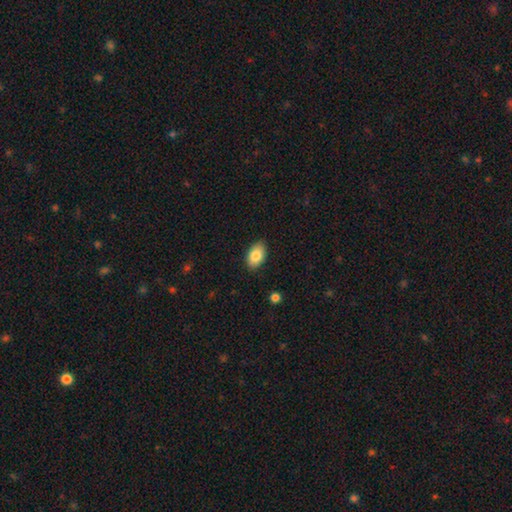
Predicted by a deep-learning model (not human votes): Smooth or featured? smooth (84%)
How rounded? in between (91%)
Merging? none (85%)